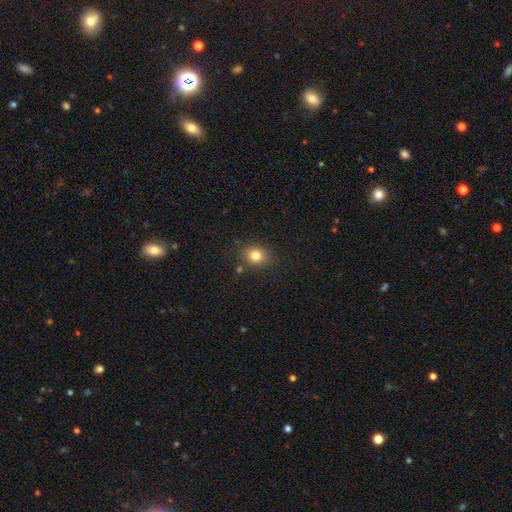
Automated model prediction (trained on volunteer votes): Smooth or featured?
  - smooth: 81% *
  - star or artifact: 12%
  - featured or disk: 7%
How rounded?
  - round: 64% *
  - in between: 35%
  - cigar-shaped: 1%
Merging?
  - none: 83% *
  - minor disturbance: 10%
  - merger: 4%
  - major disturbance: 3%